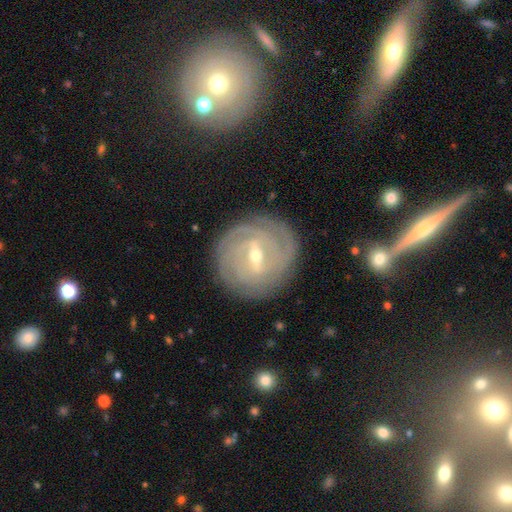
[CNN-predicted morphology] featured or disk 86%, smooth 8%, star or artifact 5%. Down the decision tree: edge-on disk — no (95%); bar — strong (48%); spiral arms — yes (94%); spiral arm count — can't tell (35%); spiral winding — tight (82%); bulge size — small (51%); merging — none (85%).